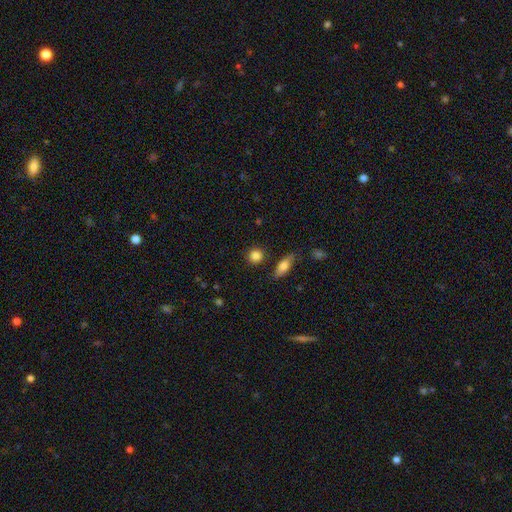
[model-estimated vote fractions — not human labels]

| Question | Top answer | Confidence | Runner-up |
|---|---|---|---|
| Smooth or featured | smooth | 85% | star or artifact (9%) |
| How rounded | round | 86% | in between (12%) |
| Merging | none | 86% | minor disturbance (8%) |